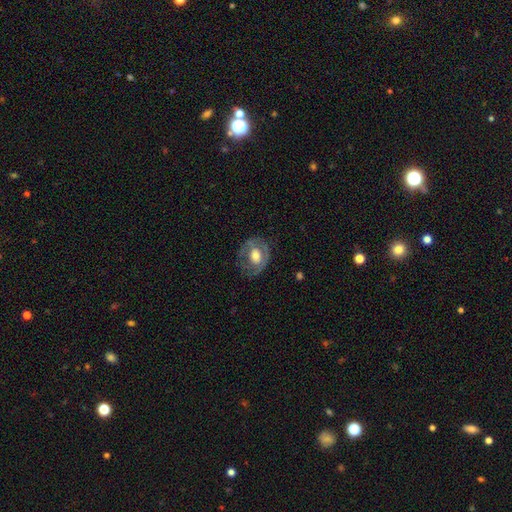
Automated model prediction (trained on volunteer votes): smooth_or_featured: featured or disk (p=0.53) [alt: smooth p=0.41]
disk_edge_on: no (p=0.95) [alt: yes p=0.05]
bar: no (p=0.68) [alt: weak p=0.24]
has_spiral_arms: no (p=0.64) [alt: yes p=0.36]
bulge_size: moderate (p=0.55) [alt: large p=0.32]
merging: none (p=0.62) [alt: minor disturbance p=0.23]